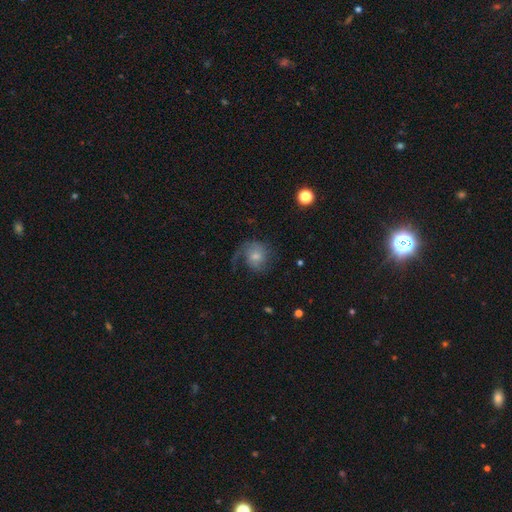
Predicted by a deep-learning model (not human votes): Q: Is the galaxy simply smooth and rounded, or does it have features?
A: featured or disk — 54%.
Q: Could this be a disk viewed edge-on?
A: no — 97%.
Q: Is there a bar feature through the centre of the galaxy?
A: no — 68%.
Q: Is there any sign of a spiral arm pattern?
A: yes — 86%.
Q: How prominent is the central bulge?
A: small — 47%.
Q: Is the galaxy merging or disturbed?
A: none — 44%.